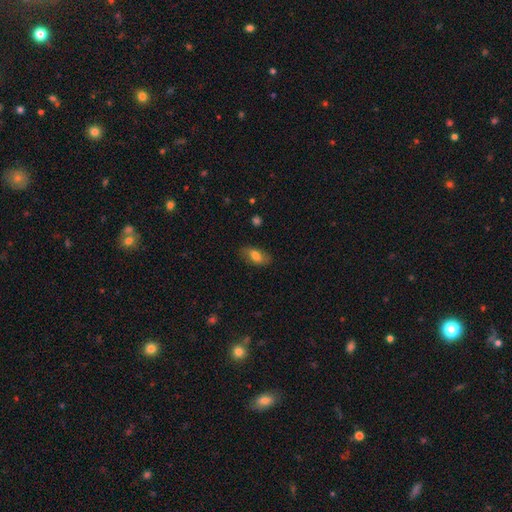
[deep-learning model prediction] Smooth or featured: smooth — 73% (featured or disk — 20%)
How rounded: in between — 88% (cigar-shaped — 7%)
Merging: none — 80% (minor disturbance — 15%)